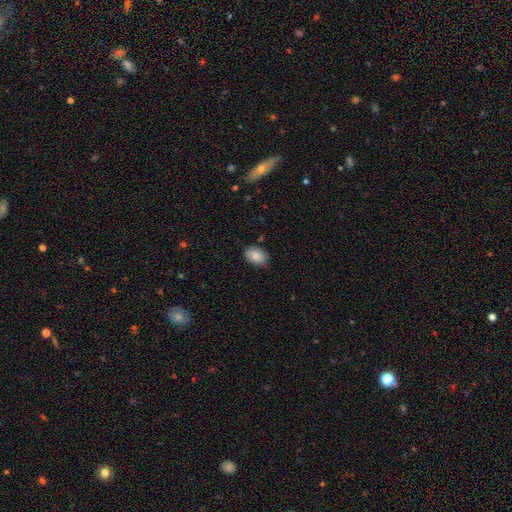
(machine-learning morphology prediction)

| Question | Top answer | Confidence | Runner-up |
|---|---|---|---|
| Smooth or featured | smooth | 85% | star or artifact (7%) |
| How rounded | in between | 81% | round (18%) |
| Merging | none | 79% | minor disturbance (17%) |